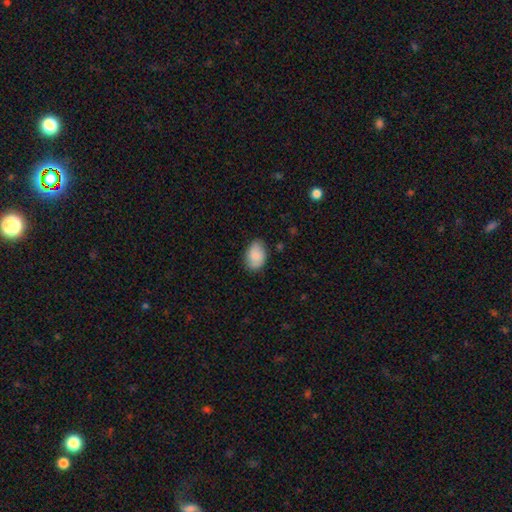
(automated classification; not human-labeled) This appears to be a smooth galaxy with no disk features (84%) that is in between round and cigar-shaped (86%). Merging: none (76%).